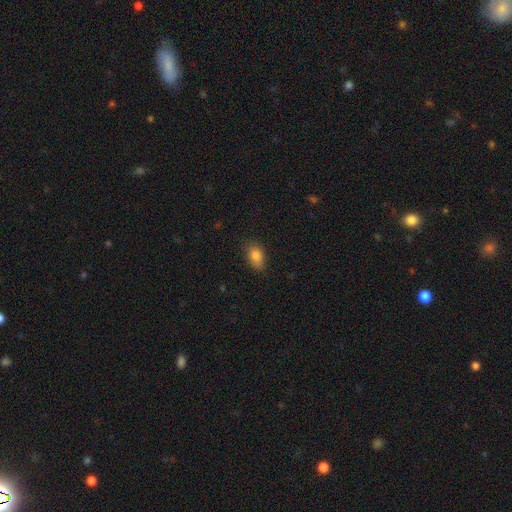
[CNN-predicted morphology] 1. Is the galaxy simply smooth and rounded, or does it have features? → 84% smooth, 9% star or artifact, 7% featured or disk.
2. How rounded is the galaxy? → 81% in between, 17% round, 2% cigar-shaped.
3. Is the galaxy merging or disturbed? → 77% none, 18% minor disturbance, 4% major disturbance, 1% merger.